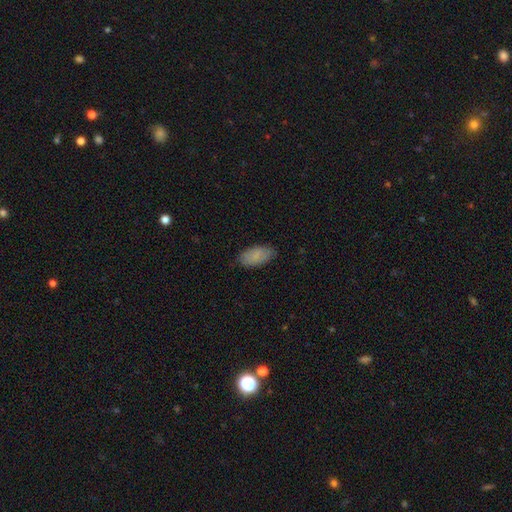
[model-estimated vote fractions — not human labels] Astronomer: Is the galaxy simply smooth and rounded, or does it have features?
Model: smooth — 84%.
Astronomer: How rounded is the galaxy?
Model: in between — 92%.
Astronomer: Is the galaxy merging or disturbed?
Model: none — 82%.